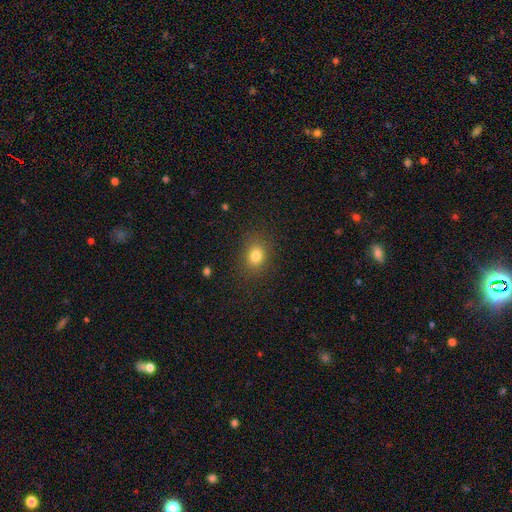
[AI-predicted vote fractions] smooth_or_featured: smooth (p=0.80) [alt: star or artifact p=0.13]
how_rounded: round (p=0.52) [alt: in between p=0.47]
merging: none (p=0.86) [alt: minor disturbance p=0.10]